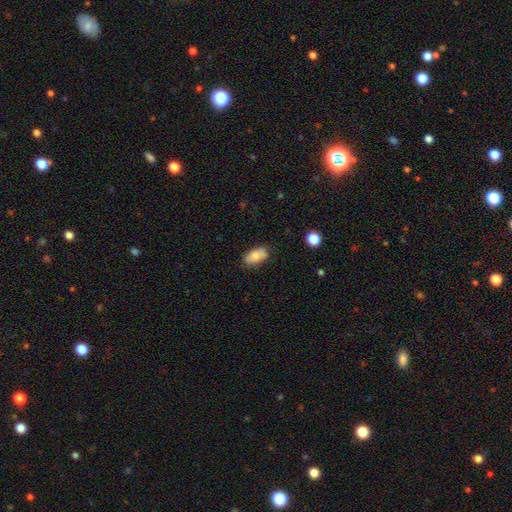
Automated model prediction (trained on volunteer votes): Overall: smooth (74%). How rounded: in between (92%). Merging: none (75%).